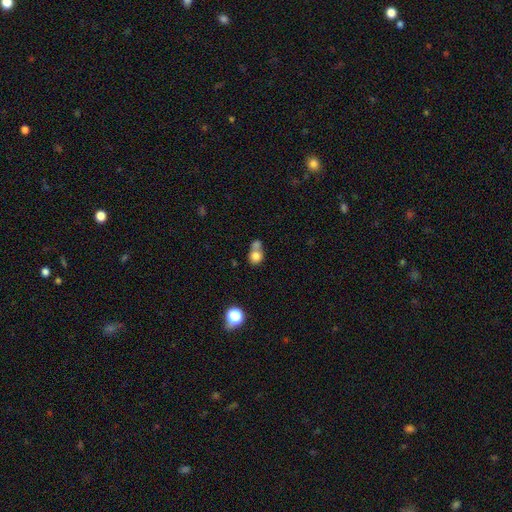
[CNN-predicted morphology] smooth_or_featured: smooth (p=0.78) [alt: featured or disk p=0.11]
how_rounded: round (p=0.74) [alt: in between p=0.25]
merging: merger (p=0.52) [alt: none p=0.34]